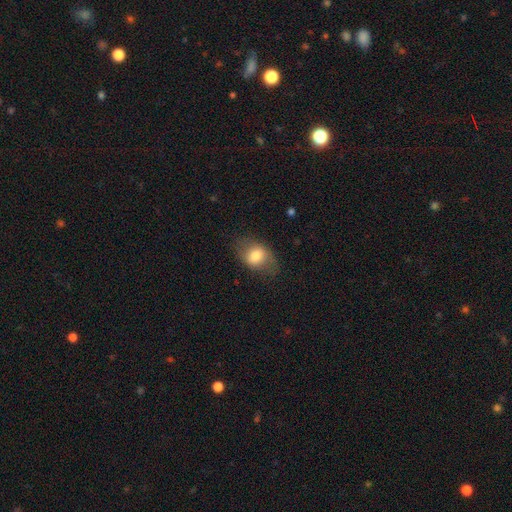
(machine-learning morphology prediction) A smooth galaxy with no disk features (72%) that is in between round and cigar-shaped (70%). Merging: none (70%).